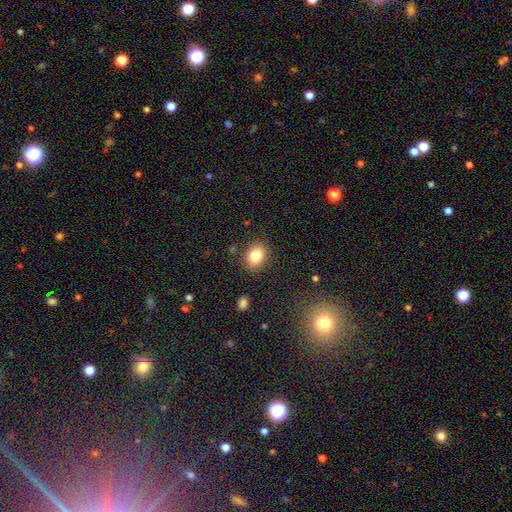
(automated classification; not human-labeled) Smooth or featured? smooth (82%)
How rounded? in between (58%)
Merging? none (85%)